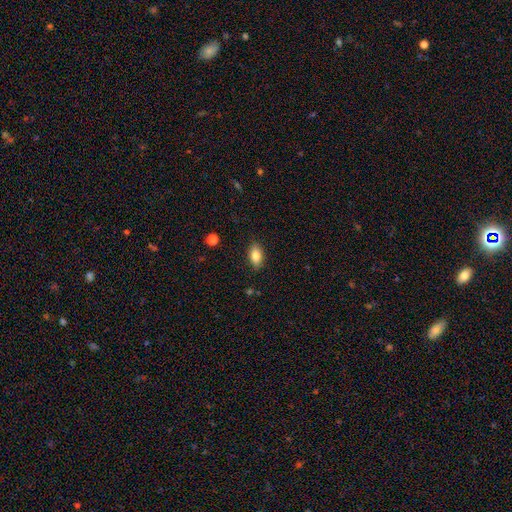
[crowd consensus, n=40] This is clearly a smooth galaxy (85%). How rounded: clearly in between (85%). Merging: likely none (77%).